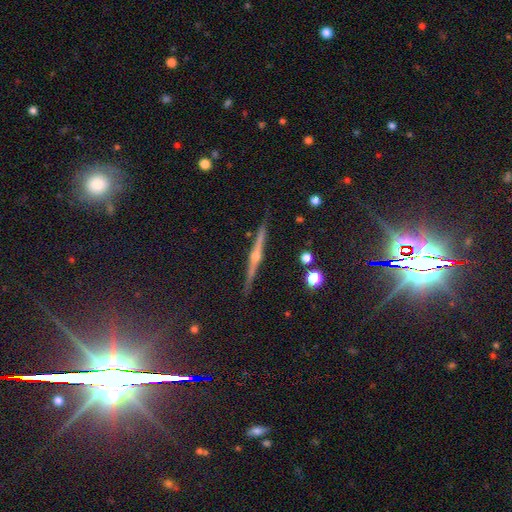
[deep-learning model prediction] Morphology: type=featured or disk (71%); edge-on=yes (97%); edge-on bulge=rounded (82%); merging=none (88%).